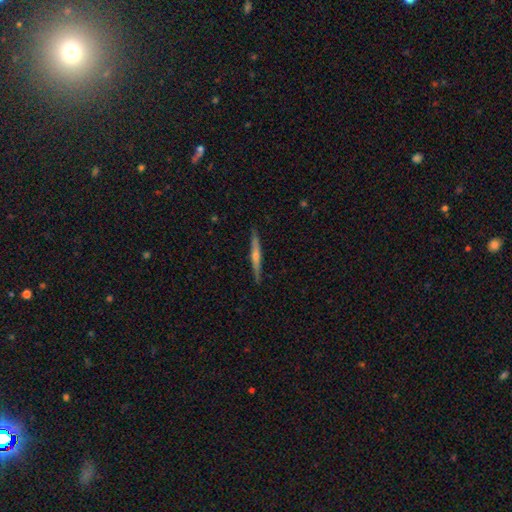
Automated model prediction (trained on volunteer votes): This is likely a featured or disk galaxy (74%). It is clearly viewed edge-on (98%). Edge-on bulge: clearly rounded (82%). Merging: clearly none (91%).